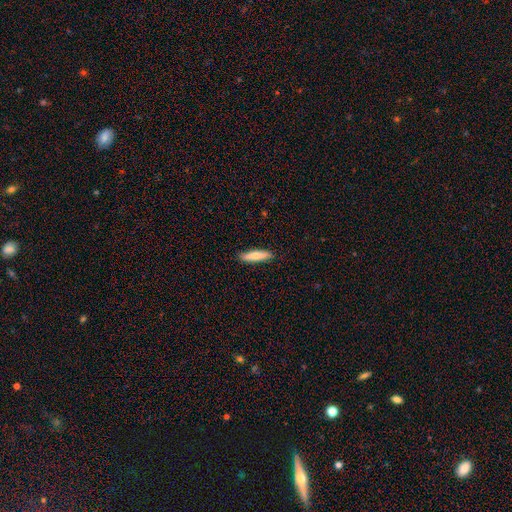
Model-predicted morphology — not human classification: type=smooth (74%); roundness=cigar-shaped (78%); merging=none (89%).